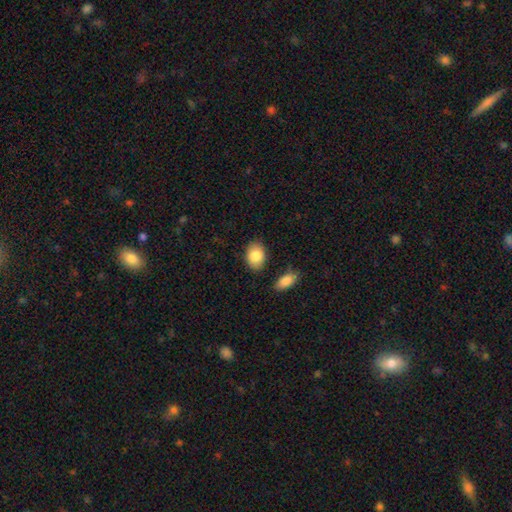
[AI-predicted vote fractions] This appears to be a smooth galaxy with no disk features (85%) that is in between round and cigar-shaped (79%). Merging: none (82%).